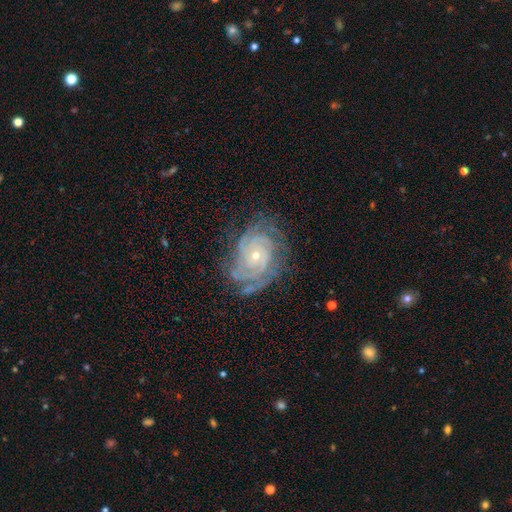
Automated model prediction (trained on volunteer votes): smooth-or-featured: featured or disk: 88% | star or artifact: 7% | smooth: 6%
  disk-edge-on: no: 97% | yes: 3%
    bar: no: 76% | weak: 18% | strong: 6%
    has-spiral-arms: yes: 97% | no: 3%
      spiral-winding: tight: 78% | medium: 19% | loose: 3%
      spiral-arm-count: can't tell: 25% | 4: 22% | 3: 20% | 2: 15% | more than 4: 11% | 1: 7%
    bulge-size: small: 74% | moderate: 23% | large: 1% | none: 1% | dominant: 1%
  merging: none: 72% | minor disturbance: 19% | major disturbance: 8% | merger: 2%